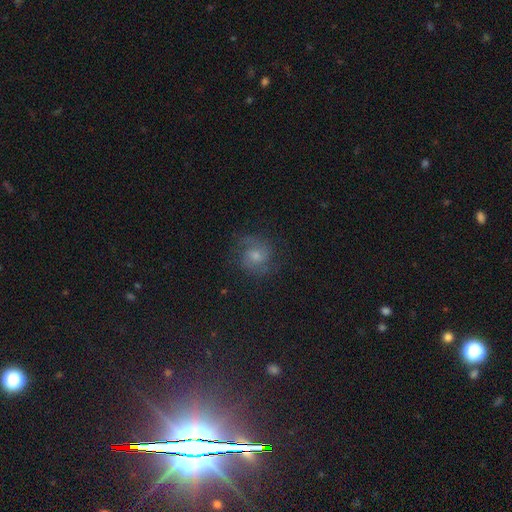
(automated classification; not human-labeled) Morphology: type=featured or disk (62%); edge-on=no (97%); bar=no (54%); spiral arms=yes (93%); winding=medium (52%); arm count=2 (79%); bulge=moderate (50%); merging=none (78%).